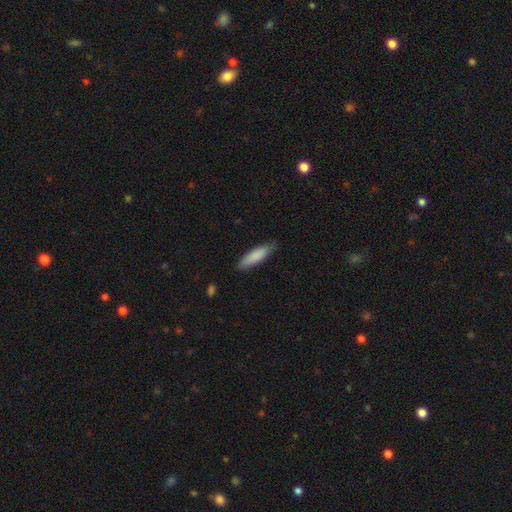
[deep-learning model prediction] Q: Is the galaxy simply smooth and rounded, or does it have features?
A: smooth — 85%.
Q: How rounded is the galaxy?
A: cigar-shaped — 64%.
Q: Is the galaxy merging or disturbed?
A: none — 81%.